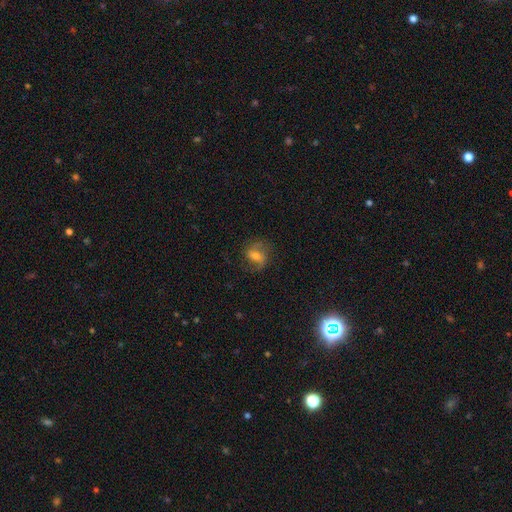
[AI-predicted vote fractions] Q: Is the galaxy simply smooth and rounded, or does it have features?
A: featured or disk — 52%.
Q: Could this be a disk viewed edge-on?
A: no — 95%.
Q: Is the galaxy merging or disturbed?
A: none — 70%.